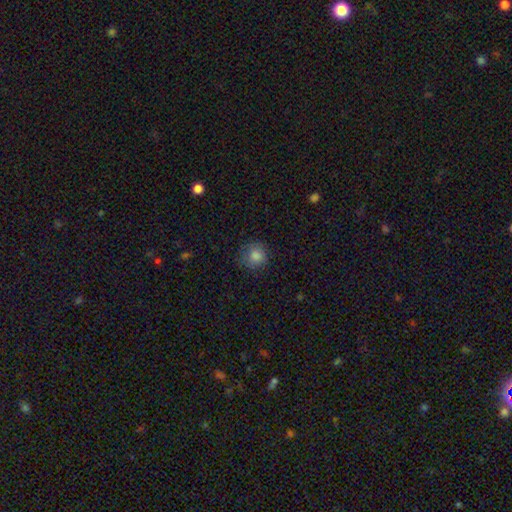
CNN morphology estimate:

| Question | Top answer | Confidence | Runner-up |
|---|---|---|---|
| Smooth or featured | smooth | 83% | star or artifact (10%) |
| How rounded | round | 89% | in between (10%) |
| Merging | none | 79% | minor disturbance (16%) |